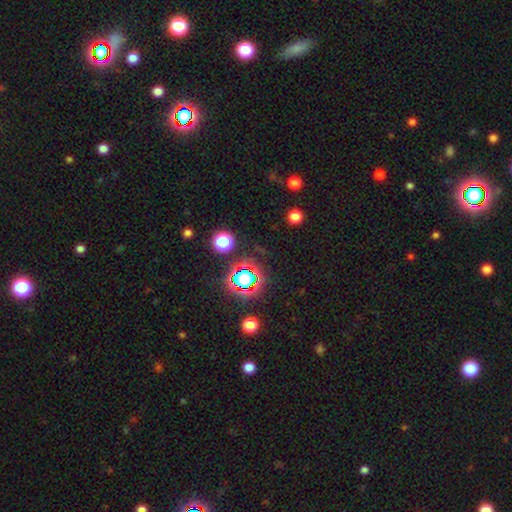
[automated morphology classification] Smooth or featured?
  - star or artifact: 76% *
  - smooth: 16%
  - featured or disk: 8%